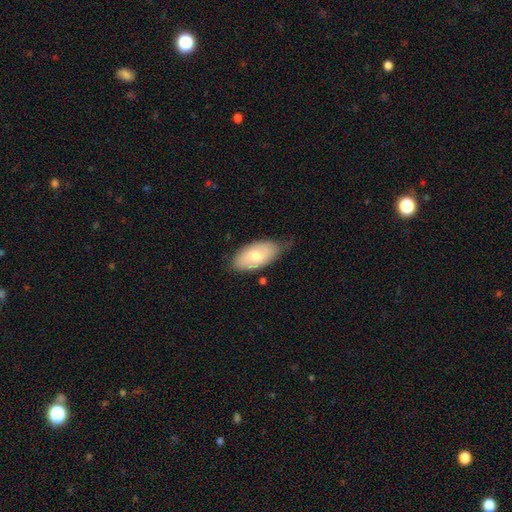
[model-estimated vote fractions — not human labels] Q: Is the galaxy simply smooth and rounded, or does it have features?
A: smooth — 65%.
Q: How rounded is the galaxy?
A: in between — 94%.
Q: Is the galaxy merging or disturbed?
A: none — 62%.